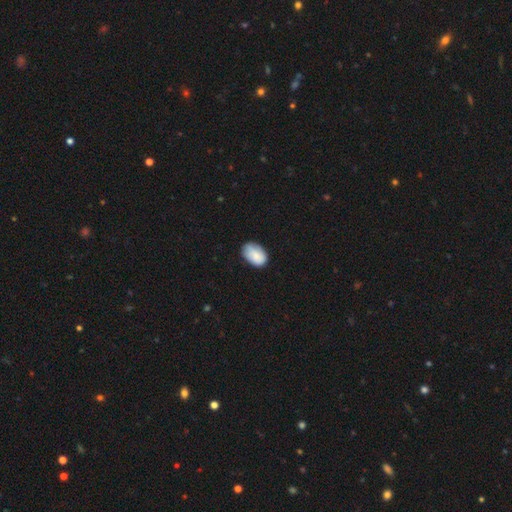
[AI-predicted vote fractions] This appears to be a smooth galaxy with no disk features (83%) that is in between round and cigar-shaped (87%). Merging: none (68%).